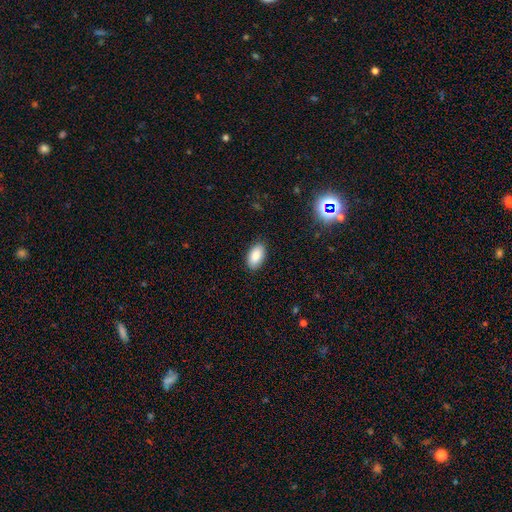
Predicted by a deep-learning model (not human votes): A smooth galaxy with no disk features (86%) that is in between round and cigar-shaped (95%).

Vote fractions:
- Smooth or featured? smooth: 86% / star or artifact: 7% / featured or disk: 6%
- How rounded? in between: 95% / round: 3% / cigar-shaped: 2%
- Merging? none: 88% / minor disturbance: 9% / major disturbance: 2% / merger: 1%